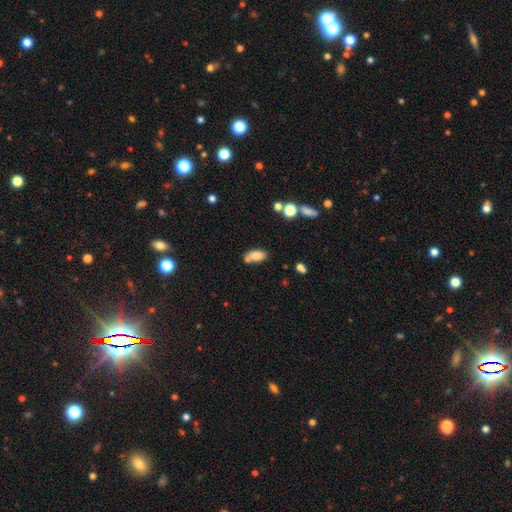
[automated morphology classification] A smooth galaxy with no disk features (78%) that is in between round and cigar-shaped (88%). Merging: none (55%).